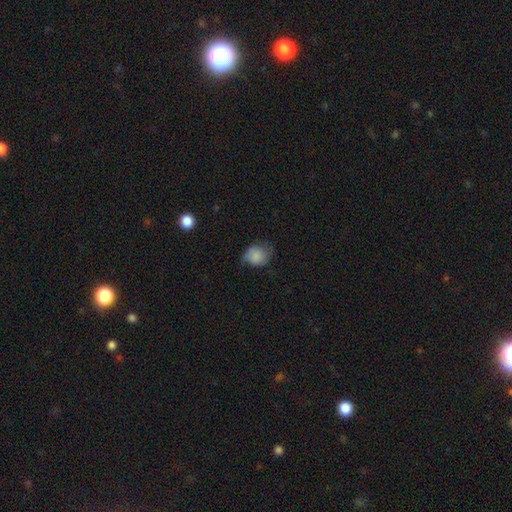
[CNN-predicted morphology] This is likely a smooth galaxy (77%). How rounded: possibly round (59%). Merging: possibly none (49%).